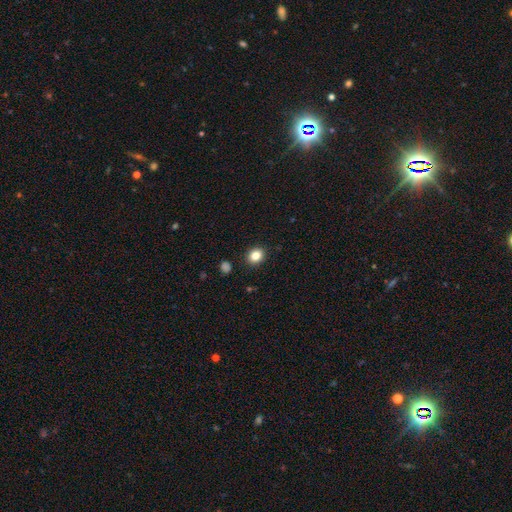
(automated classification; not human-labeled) A smooth galaxy with no disk features (84%) that is round (63%). Merging: none (91%).